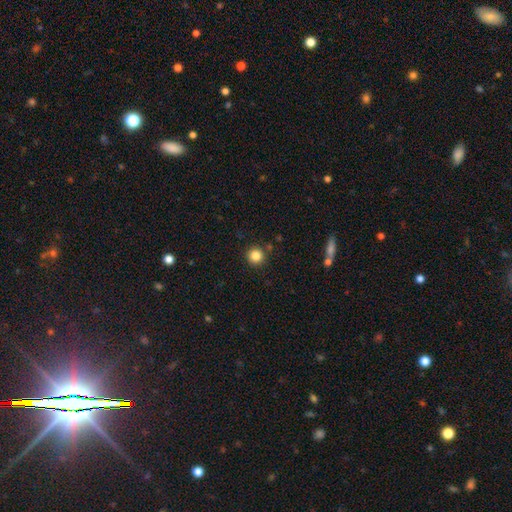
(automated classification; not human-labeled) smooth 85%, star or artifact 11%, featured or disk 4%. Down the decision tree: how rounded — round (95%); merging — none (88%).